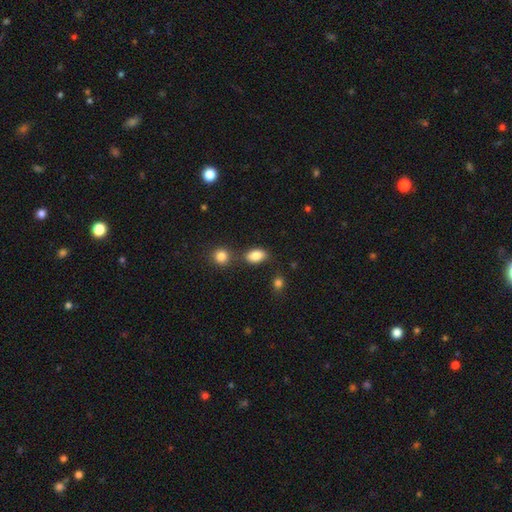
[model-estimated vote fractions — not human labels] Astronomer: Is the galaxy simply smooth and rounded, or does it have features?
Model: smooth — 86%.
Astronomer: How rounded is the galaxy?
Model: in between — 87%.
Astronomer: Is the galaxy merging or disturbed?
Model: none — 72%.